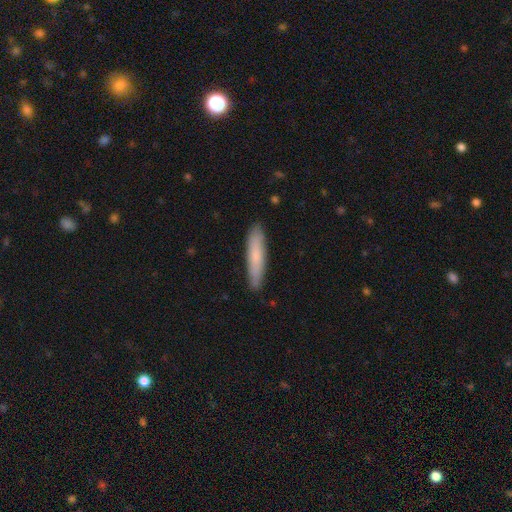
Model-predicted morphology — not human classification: A smooth galaxy with no disk features (73%) that is cigar-shaped (86%). Merging: none (87%).